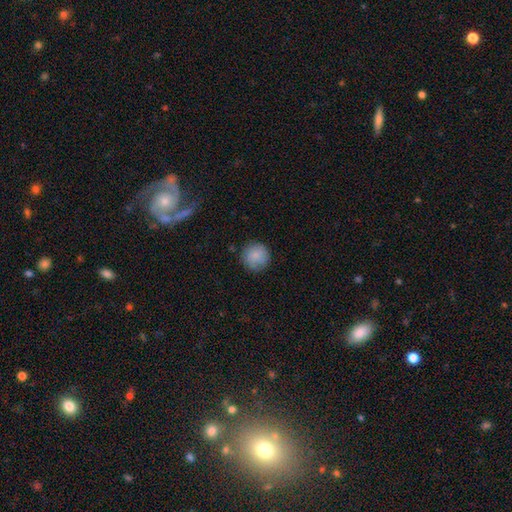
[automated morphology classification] Smooth or featured?
  - smooth: 85% *
  - featured or disk: 8%
  - star or artifact: 7%
How rounded?
  - round: 95% *
  - in between: 4%
  - cigar-shaped: 1%
Merging?
  - none: 84% *
  - minor disturbance: 12%
  - major disturbance: 3%
  - merger: 1%